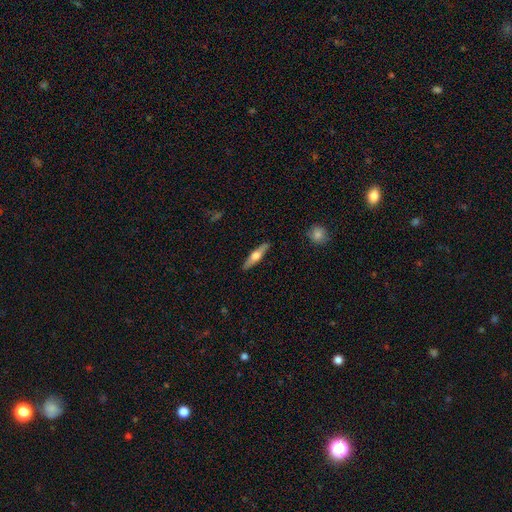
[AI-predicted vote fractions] smooth-or-featured: featured or disk: 56% | smooth: 39% | star or artifact: 5%
  disk-edge-on: yes: 95% | no: 5%
    edge-on-bulge: rounded: 91% | boxy: 6% | none: 3%
  merging: none: 89% | minor disturbance: 8% | major disturbance: 2% | merger: 1%